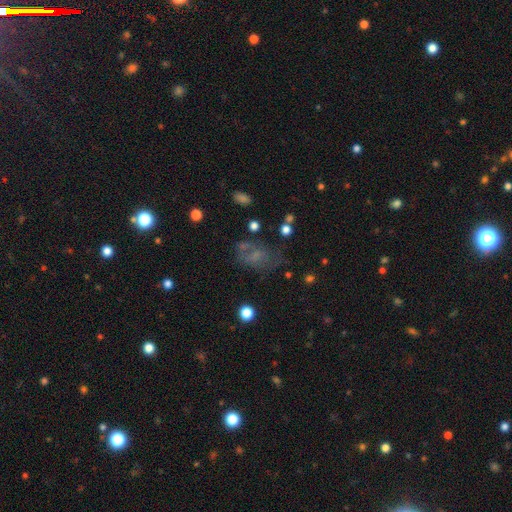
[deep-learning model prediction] Morphology: type=smooth (41%); merging=none (42%).